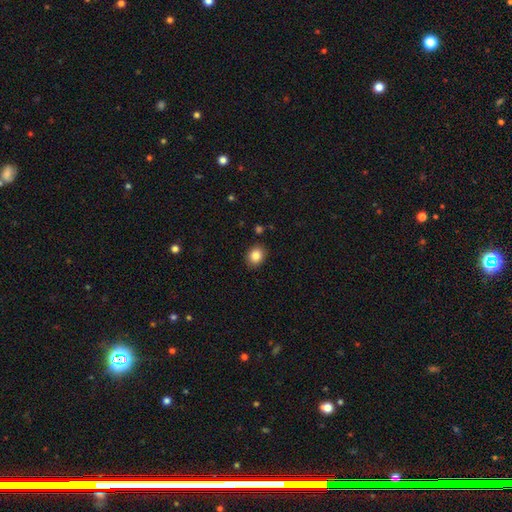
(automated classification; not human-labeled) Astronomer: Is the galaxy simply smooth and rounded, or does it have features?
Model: smooth — 85%.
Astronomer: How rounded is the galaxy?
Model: round — 61% (runner-up: in between, 38%).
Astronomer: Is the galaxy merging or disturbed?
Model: none — 89%.